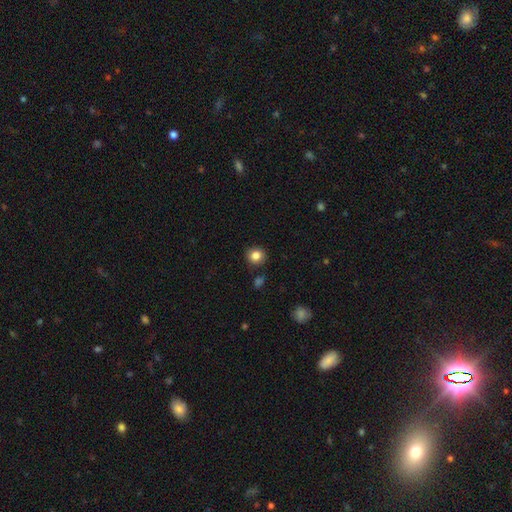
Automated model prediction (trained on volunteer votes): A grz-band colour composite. It shows a smooth galaxy with no disk features (84%) that is round (89%). Merging: none (87%).